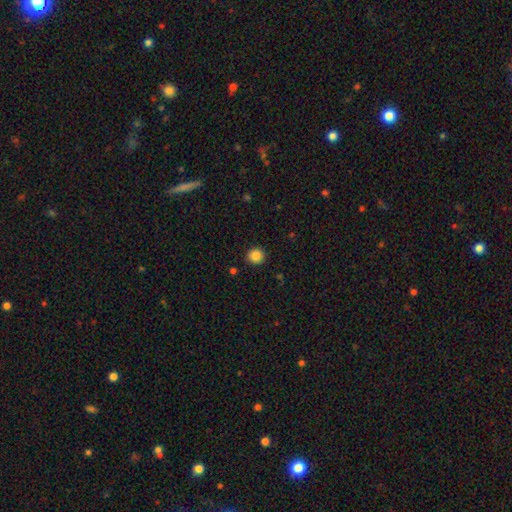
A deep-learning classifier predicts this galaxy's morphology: Smooth or featured: smooth — 86% (star or artifact — 10%)
How rounded: round — 91% (in between — 8%)
Merging: none — 91% (minor disturbance — 6%)